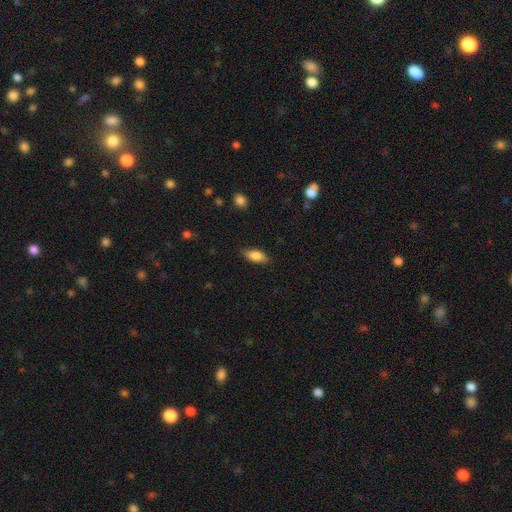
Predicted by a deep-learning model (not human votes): Smooth or featured: smooth — 83% (featured or disk — 10%)
How rounded: in between — 83% (cigar-shaped — 14%)
Merging: none — 84% (minor disturbance — 12%)